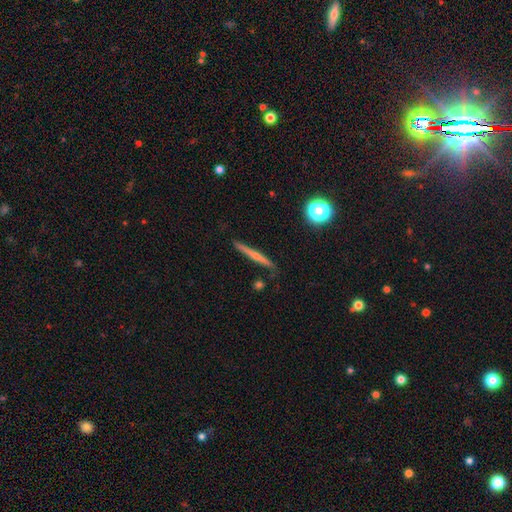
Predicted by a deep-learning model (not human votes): This is possibly a featured or disk galaxy (57%). It is clearly viewed edge-on (97%). Edge-on bulge: likely rounded (60%). Merging: clearly none (87%).